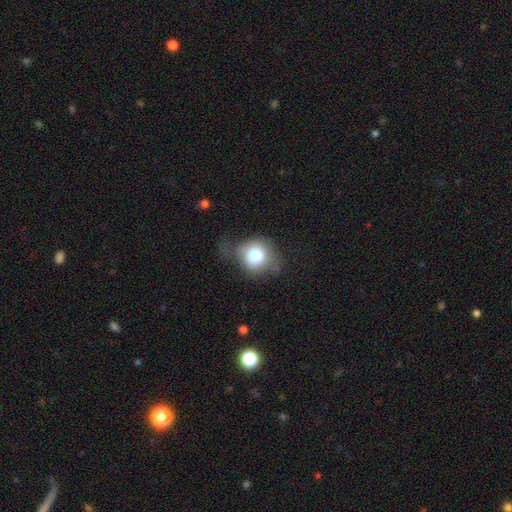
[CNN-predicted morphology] Smooth or featured?
  - smooth: 75% *
  - featured or disk: 16%
  - star or artifact: 9%
How rounded?
  - round: 77% *
  - in between: 22%
  - cigar-shaped: 1%
Merging?
  - none: 38% *
  - minor disturbance: 34%
  - major disturbance: 25%
  - merger: 3%